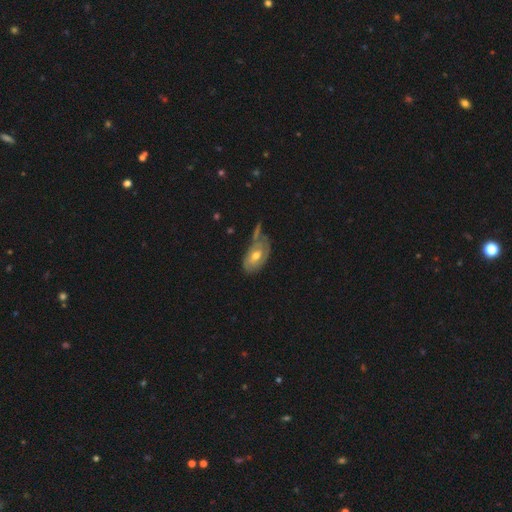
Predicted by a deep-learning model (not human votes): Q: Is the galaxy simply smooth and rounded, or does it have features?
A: featured or disk — 53%.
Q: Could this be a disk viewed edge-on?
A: no — 90%.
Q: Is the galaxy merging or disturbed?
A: none — 45%.